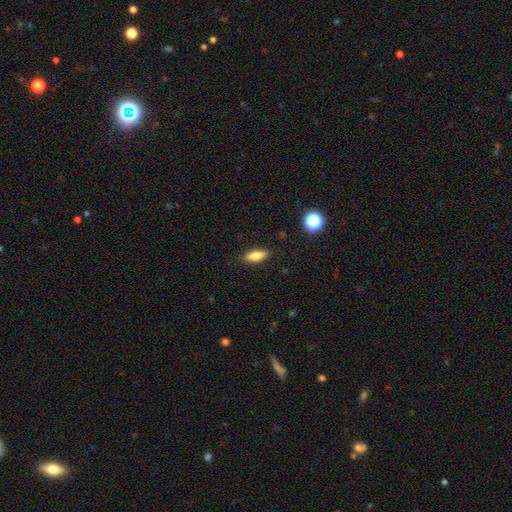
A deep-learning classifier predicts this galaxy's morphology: This is likely a smooth galaxy (78%). How rounded: likely in between (70%). Merging: clearly none (87%).